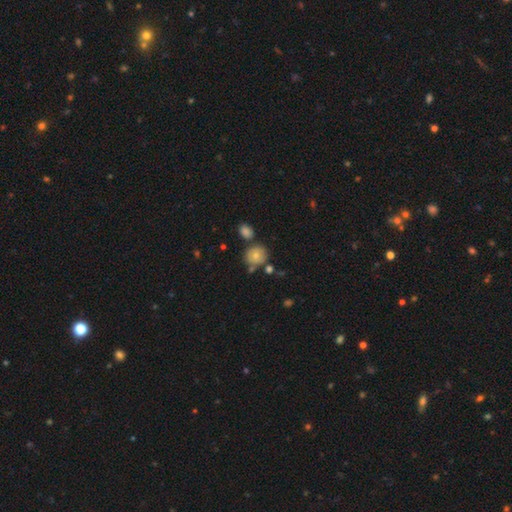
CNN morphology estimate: Smooth or featured: smooth — 74% (featured or disk — 15%)
How rounded: round — 84% (in between — 15%)
Merging: none — 67% (merger — 16%)